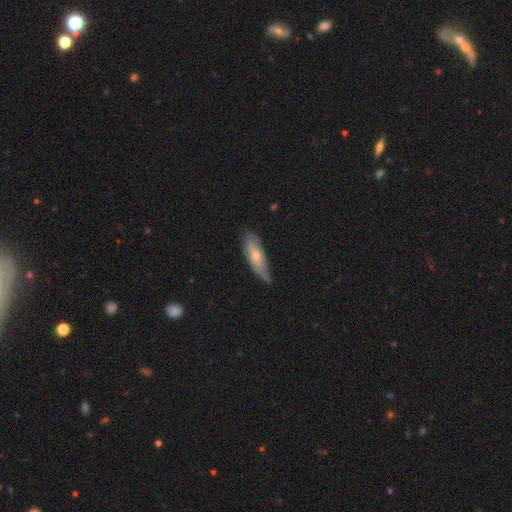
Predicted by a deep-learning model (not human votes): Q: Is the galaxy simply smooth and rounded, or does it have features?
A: smooth — 48%.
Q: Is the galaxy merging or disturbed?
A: none — 55%.